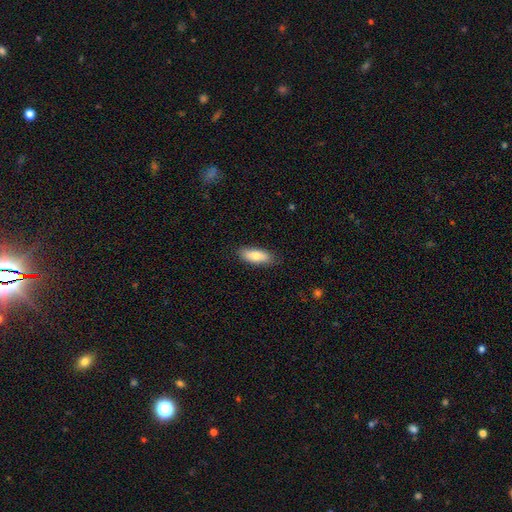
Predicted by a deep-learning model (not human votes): This appears to be a smooth galaxy with no disk features (77%) that is in between round and cigar-shaped (73%). Merging: none (84%).